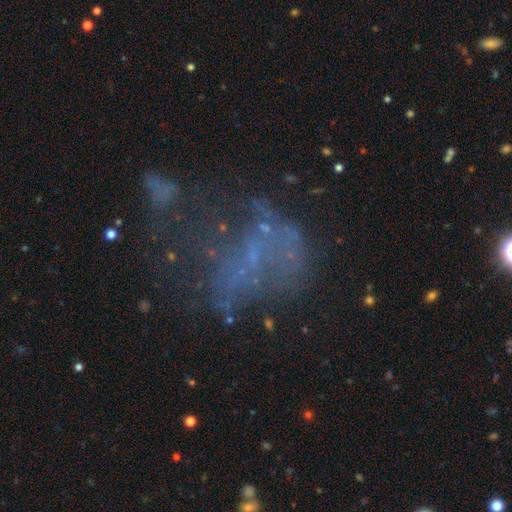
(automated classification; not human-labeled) Smooth or featured: featured or disk — 46% (star or artifact — 34%)
Merging: none — 38% (major disturbance — 36%)